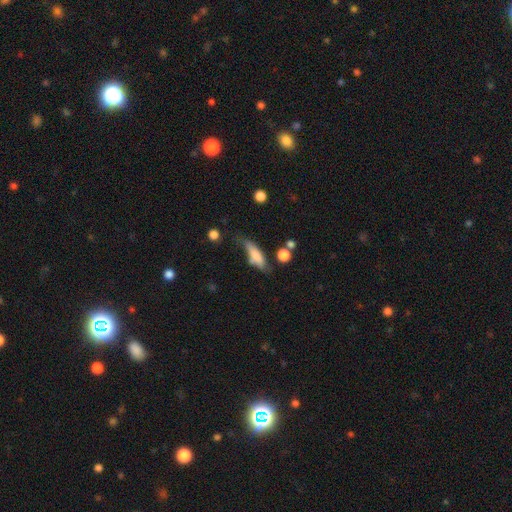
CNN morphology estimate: Smooth or featured: smooth — 67% (featured or disk — 25%)
How rounded: cigar-shaped — 53% (in between — 44%)
Merging: none — 45% (minor disturbance — 32%)